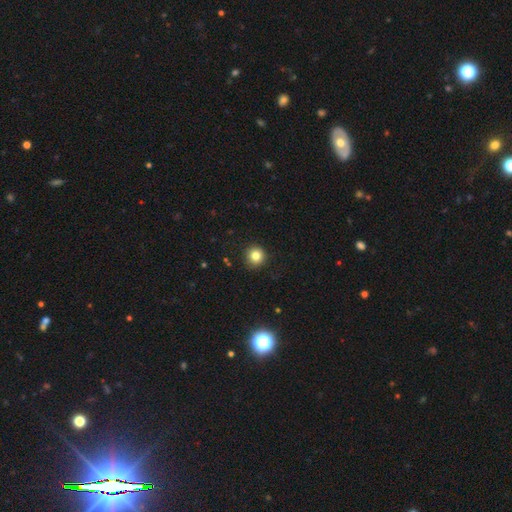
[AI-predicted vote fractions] A smooth galaxy with no disk features (81%) that is round (94%).

Vote fractions:
- Smooth or featured? smooth: 81% / star or artifact: 12% / featured or disk: 7%
- How rounded? round: 94% / in between: 5% / cigar-shaped: 1%
- Merging? none: 90% / minor disturbance: 7% / major disturbance: 2% / merger: 1%